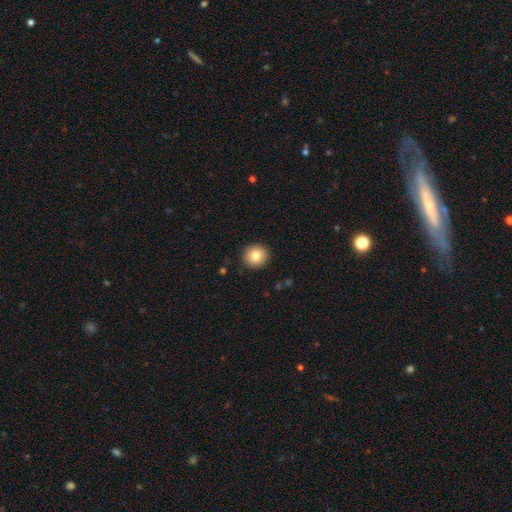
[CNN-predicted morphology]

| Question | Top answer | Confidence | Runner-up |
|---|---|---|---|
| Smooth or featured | smooth | 81% | featured or disk (10%) |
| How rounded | round | 91% | in between (8%) |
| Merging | none | 91% | minor disturbance (6%) |